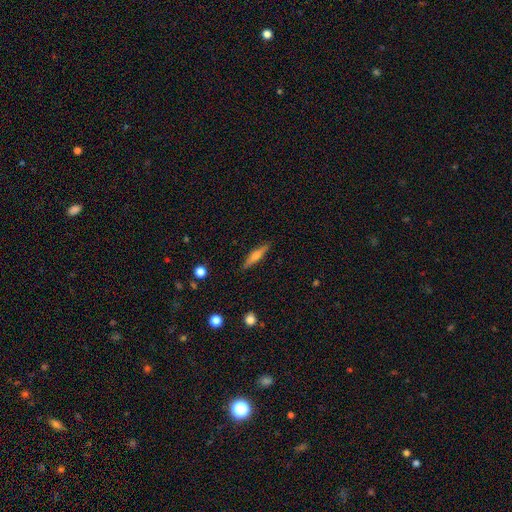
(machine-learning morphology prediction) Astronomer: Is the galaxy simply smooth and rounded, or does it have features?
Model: featured or disk — 51% (runner-up: smooth, 43%).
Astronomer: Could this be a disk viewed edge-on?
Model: yes — 95%.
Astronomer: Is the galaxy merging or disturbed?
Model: none — 88%.